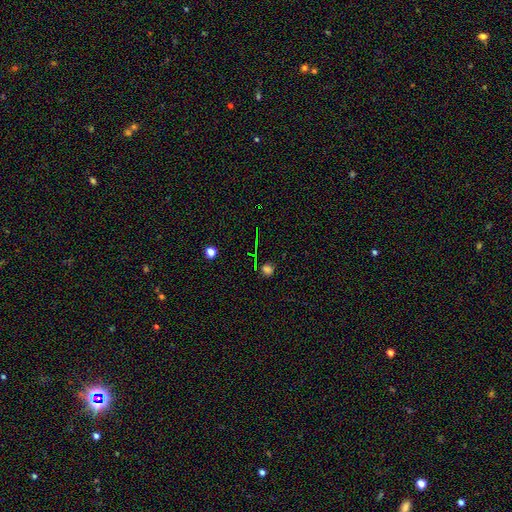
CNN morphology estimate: Q: Smooth or featured?
A: star or artifact (62%); runner-up: smooth (28%)